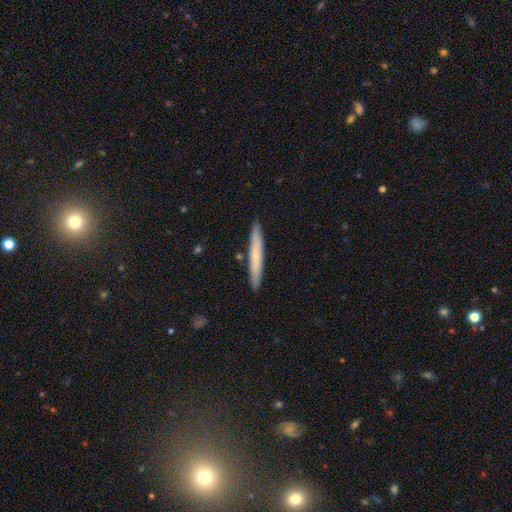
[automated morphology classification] type=smooth (64%); roundness=cigar-shaped (96%); merging=none (89%).